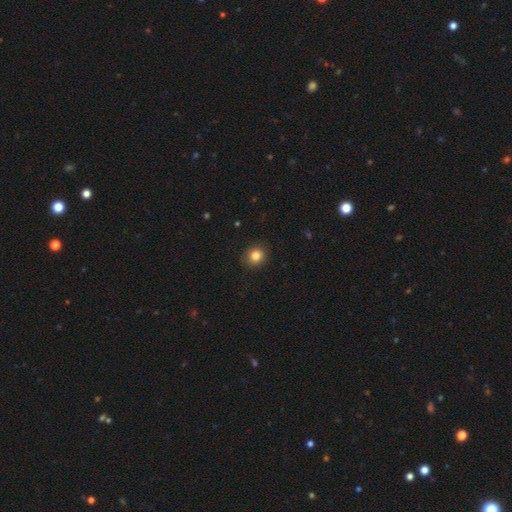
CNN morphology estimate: The model was most divided on "how rounded": round: 82%, in between: 17%, cigar-shaped: 1%. More confident: merging — none (90%); smooth or featured — smooth (83%).